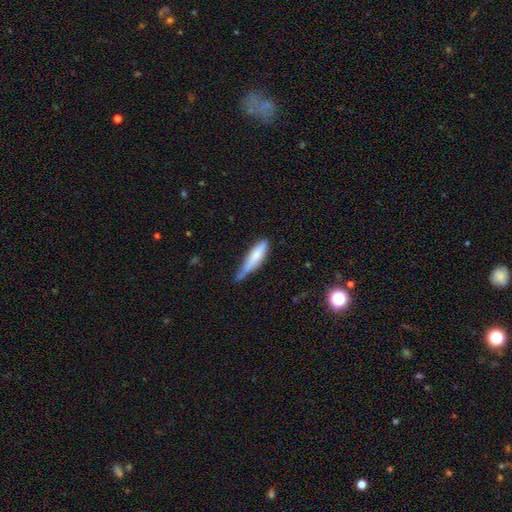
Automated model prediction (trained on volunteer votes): Smooth or featured?
  - smooth: 71% *
  - featured or disk: 24%
  - star or artifact: 6%
How rounded?
  - cigar-shaped: 79% *
  - in between: 20%
  - round: 2%
Merging?
  - minor disturbance: 43% *
  - none: 41%
  - major disturbance: 12%
  - merger: 4%